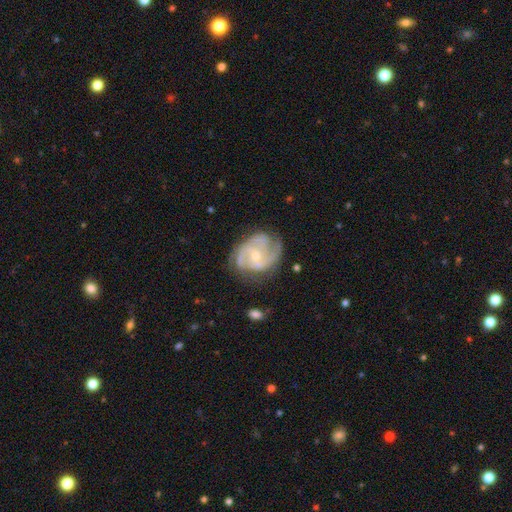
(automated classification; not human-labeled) smooth-or-featured: featured or disk: 86% | smooth: 9% | star or artifact: 5%
  disk-edge-on: no: 98% | yes: 2%
    bar: no: 64% | weak: 29% | strong: 6%
    has-spiral-arms: yes: 96% | no: 4%
      spiral-winding: medium: 49% | tight: 39% | loose: 12%
      spiral-arm-count: 3: 42% | 2: 30% | can't tell: 12% | 4: 8% | 1: 4% | more than 4: 4%
    bulge-size: small: 69% | moderate: 27% | none: 2% | large: 1% | dominant: 1%
  merging: none: 66% | minor disturbance: 22% | major disturbance: 10% | merger: 2%